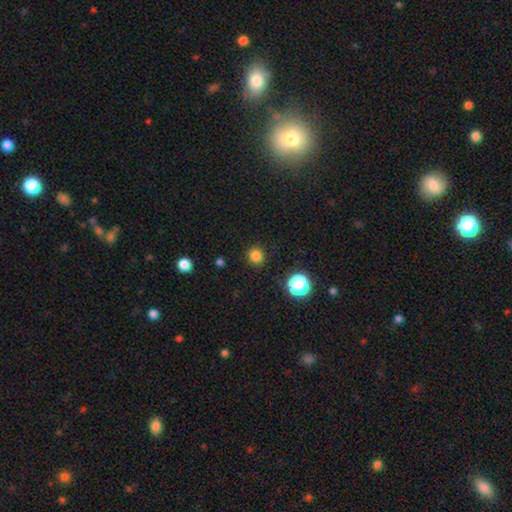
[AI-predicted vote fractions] Smooth or featured? smooth (81%)
How rounded? round (90%)
Merging? none (90%)